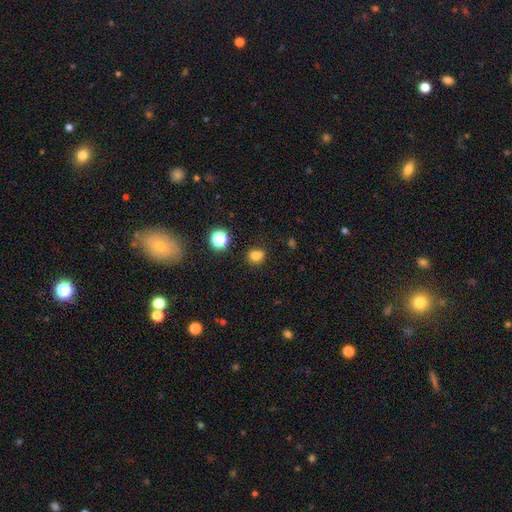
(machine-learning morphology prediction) Q: Smooth or featured?
A: smooth (74%); runner-up: star or artifact (17%)
Q: How rounded?
A: round (74%); runner-up: in between (25%)
Q: Merging?
A: none (57%); runner-up: merger (23%)